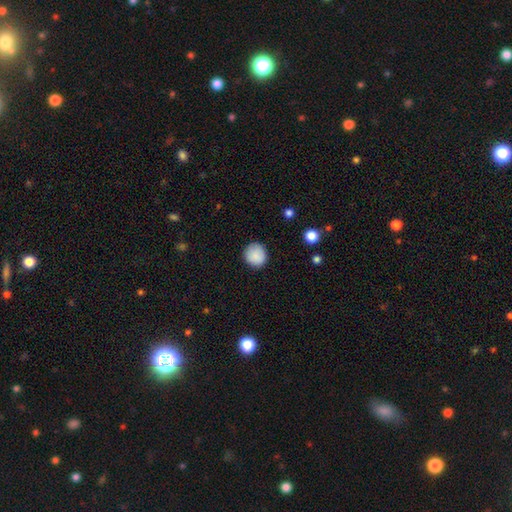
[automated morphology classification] Smooth or featured?
  - smooth: 89% *
  - star or artifact: 8%
  - featured or disk: 4%
How rounded?
  - round: 92% *
  - in between: 7%
  - cigar-shaped: 1%
Merging?
  - none: 87% *
  - minor disturbance: 9%
  - major disturbance: 2%
  - merger: 1%